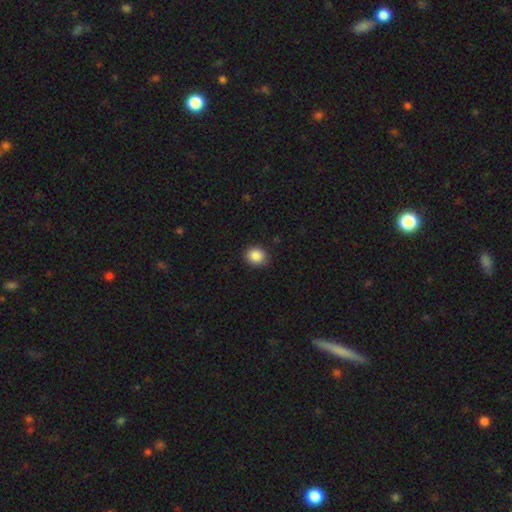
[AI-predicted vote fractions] smooth-or-featured: smooth: 88% | star or artifact: 9% | featured or disk: 3%
  how-rounded: round: 62% | in between: 37% | cigar-shaped: 1%
  merging: none: 84% | minor disturbance: 12% | major disturbance: 2% | merger: 1%